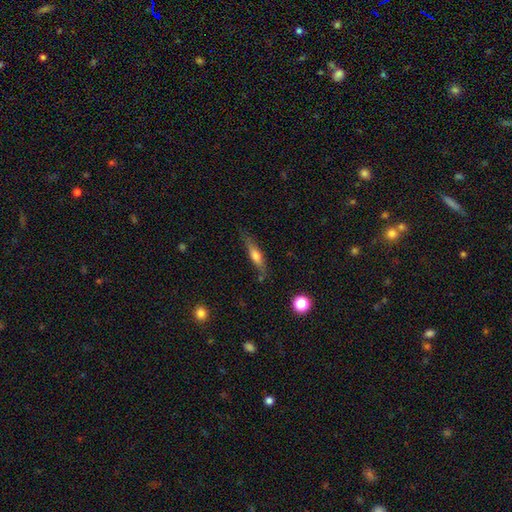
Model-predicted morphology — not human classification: smooth 53%, featured or disk 39%, star or artifact 7%. Down the decision tree: how rounded — cigar-shaped (74%); merging — none (73%).